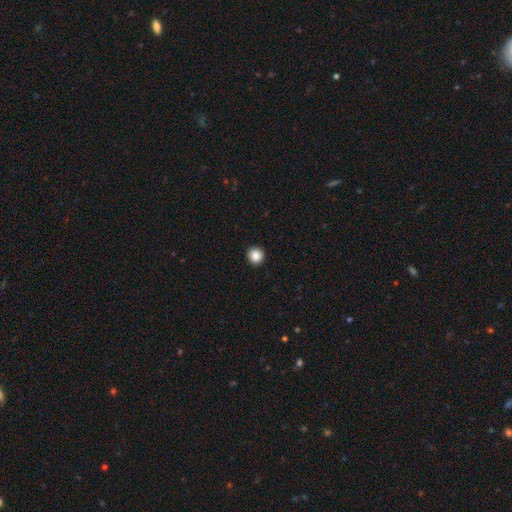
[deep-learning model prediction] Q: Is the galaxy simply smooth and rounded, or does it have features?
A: smooth — 87%.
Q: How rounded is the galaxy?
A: round — 95%.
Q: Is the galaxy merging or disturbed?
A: none — 93%.